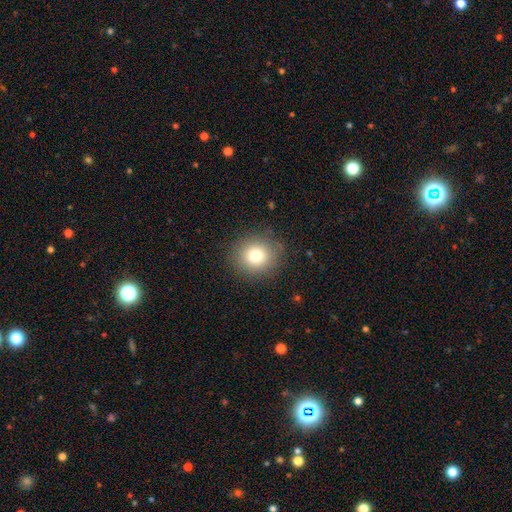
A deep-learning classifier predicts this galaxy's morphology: Smooth or featured?
  - smooth: 77% *
  - star or artifact: 12%
  - featured or disk: 10%
How rounded?
  - round: 88% *
  - in between: 11%
  - cigar-shaped: 1%
Merging?
  - none: 88% *
  - minor disturbance: 8%
  - major disturbance: 3%
  - merger: 1%